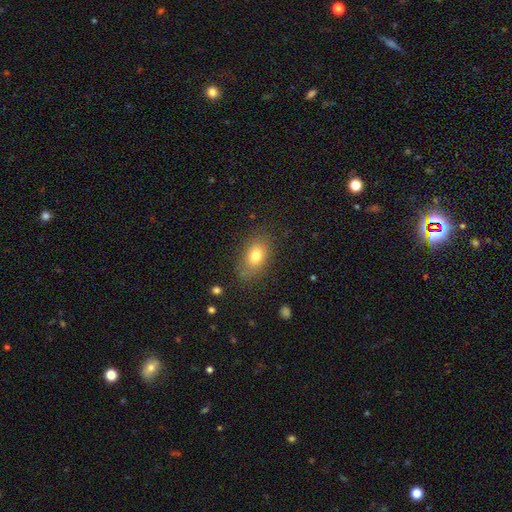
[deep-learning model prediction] Overall: smooth (76%). How rounded: in between (83%). Merging: none (75%).